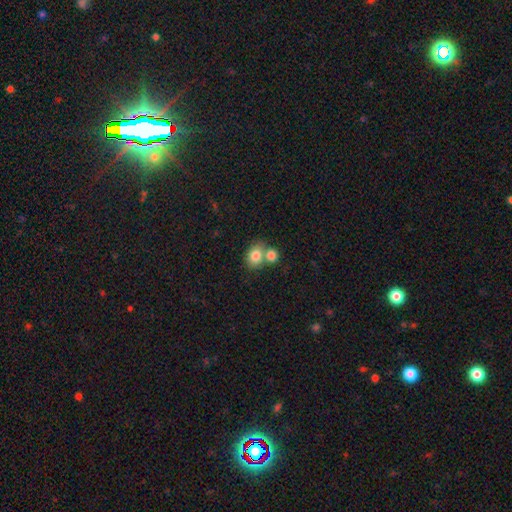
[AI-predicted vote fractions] Smooth or featured? smooth (81%)
How rounded? round (52%)
Merging? merger (49%)